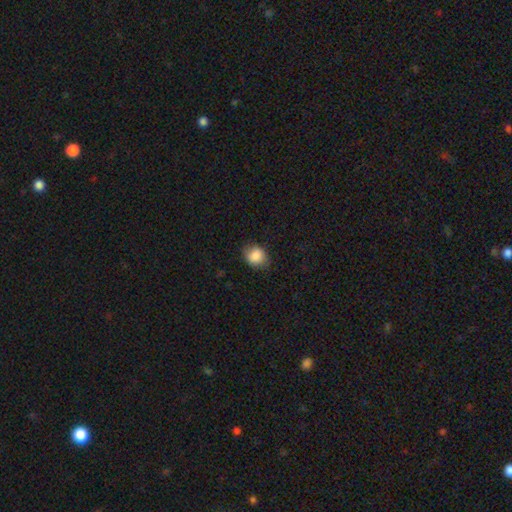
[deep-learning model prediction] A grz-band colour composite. It shows a smooth galaxy with no disk features (84%) that is round (58%). Merging: none (75%).